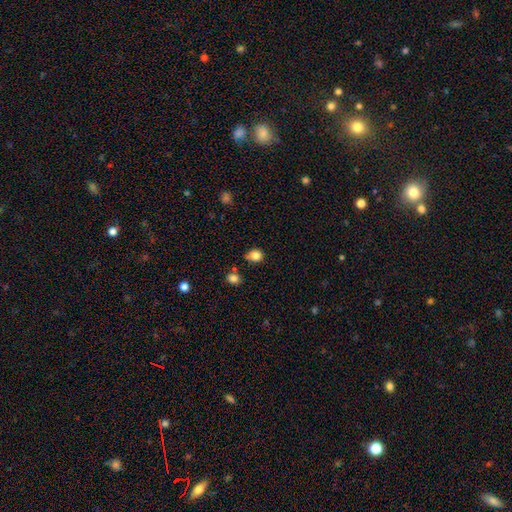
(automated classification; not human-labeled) This is clearly a smooth galaxy (83%). How rounded: likely round (68%). Merging: likely none (64%).